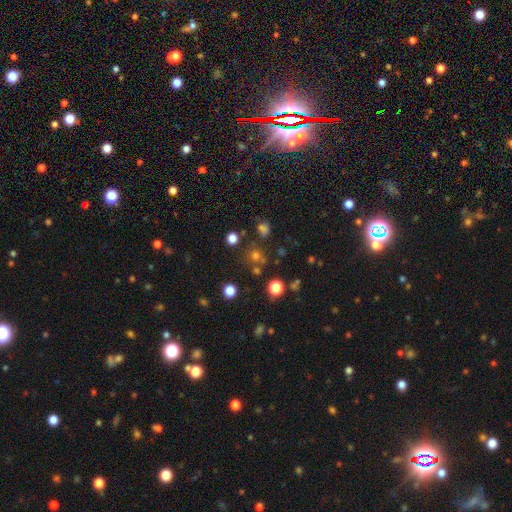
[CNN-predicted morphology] The model was most divided on "smooth or featured": smooth: 60%, star or artifact: 32%, featured or disk: 8%. More confident: how rounded — round (89%); merging — none (74%).